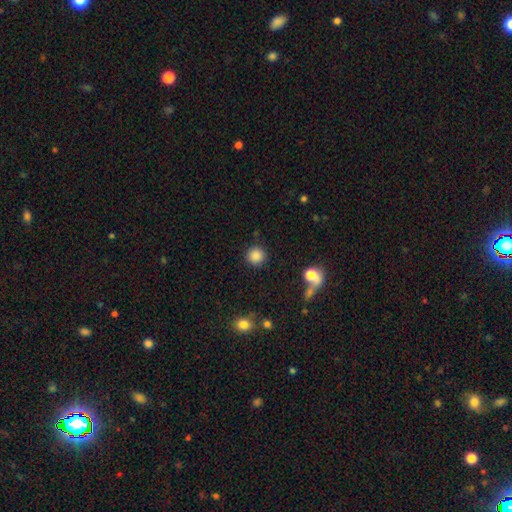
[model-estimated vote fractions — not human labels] Smooth or featured? smooth (86%)
How rounded? round (93%)
Merging? none (87%)